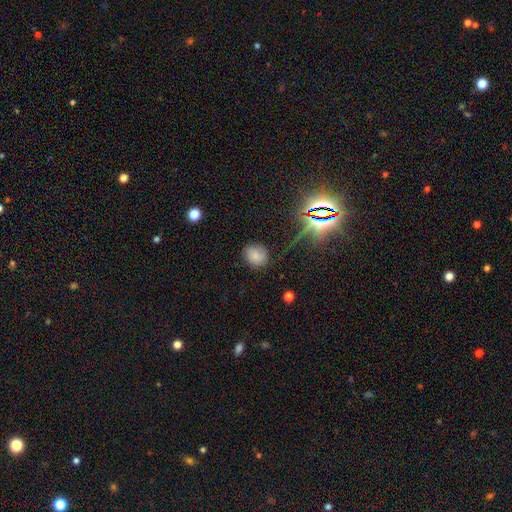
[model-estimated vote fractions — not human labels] Smooth or featured? Predicted: smooth (p=0.74). How rounded? Predicted: round (p=0.68). Merging? Predicted: none (p=0.78).